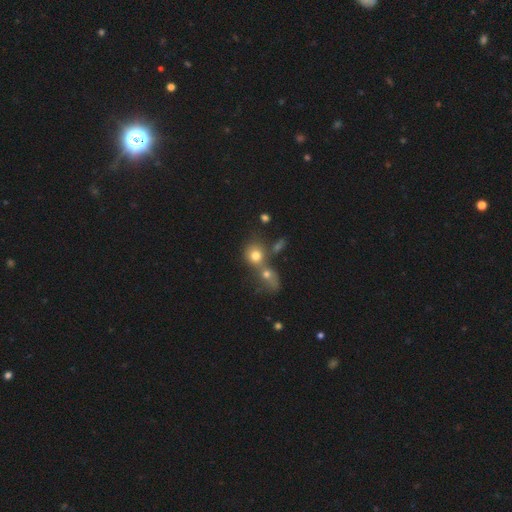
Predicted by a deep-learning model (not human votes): Overall: smooth (73%). How rounded: round (74%). Merging: merger (56%; none 31%).